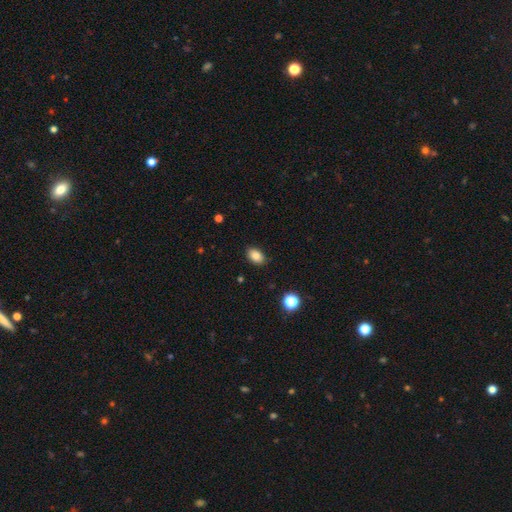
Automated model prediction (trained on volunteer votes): Overall: smooth (84%). How rounded: in between (86%). Merging: none (87%).